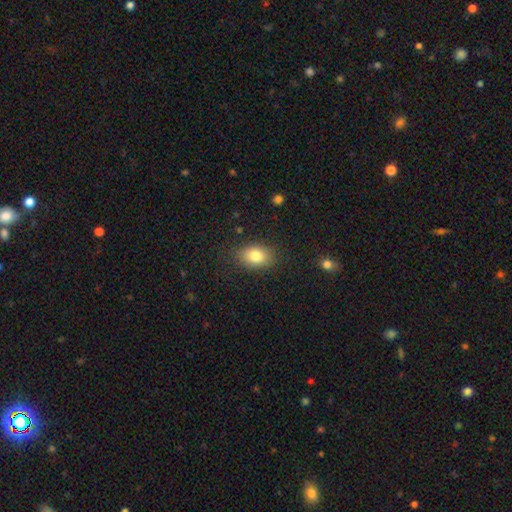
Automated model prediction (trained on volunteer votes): Morphology: type=smooth (81%); roundness=in between (79%); merging=none (84%).